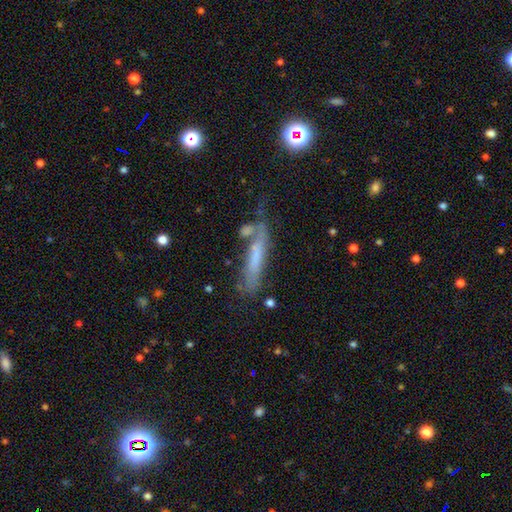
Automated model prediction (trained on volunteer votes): This is possibly a smooth galaxy (48%). Merging: possibly none (49%).